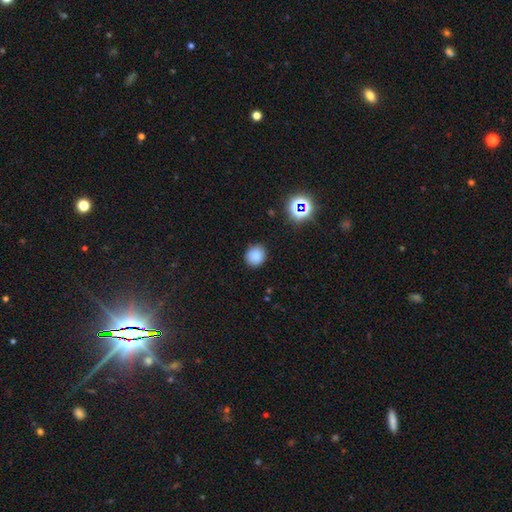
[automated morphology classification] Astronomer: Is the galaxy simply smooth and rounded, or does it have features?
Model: smooth — 82%.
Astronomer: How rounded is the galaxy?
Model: round — 80%.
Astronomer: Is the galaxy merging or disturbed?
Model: none — 87%.